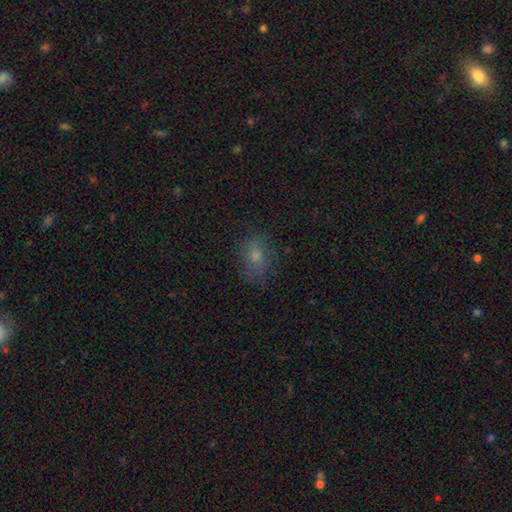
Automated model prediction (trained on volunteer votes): smooth 72%, star or artifact 14%, featured or disk 14%. Down the decision tree: how rounded — in between (67%); merging — none (74%).